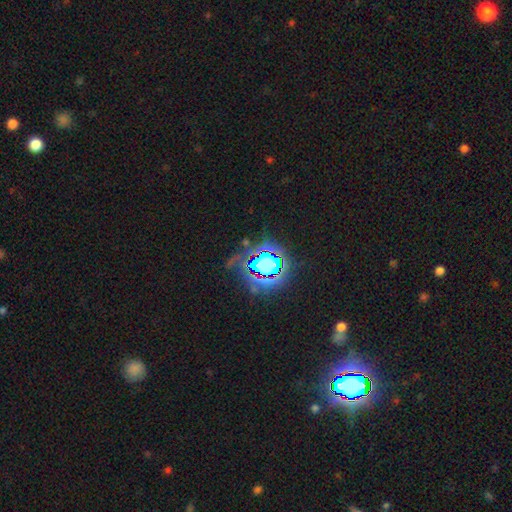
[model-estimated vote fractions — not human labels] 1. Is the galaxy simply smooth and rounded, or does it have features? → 82% star or artifact, 11% smooth, 7% featured or disk.